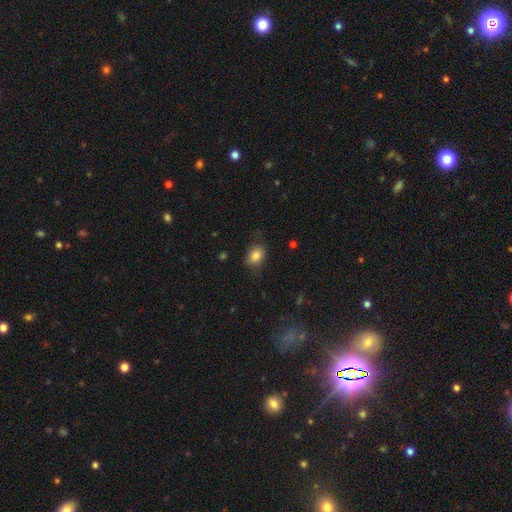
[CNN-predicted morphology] A smooth galaxy with no disk features (83%) that is in between round and cigar-shaped (68%).

Vote fractions:
- Smooth or featured? smooth: 83% / star or artifact: 10% / featured or disk: 8%
- How rounded? in between: 68% / round: 31% / cigar-shaped: 1%
- Merging? none: 71% / minor disturbance: 21% / major disturbance: 7% / merger: 1%